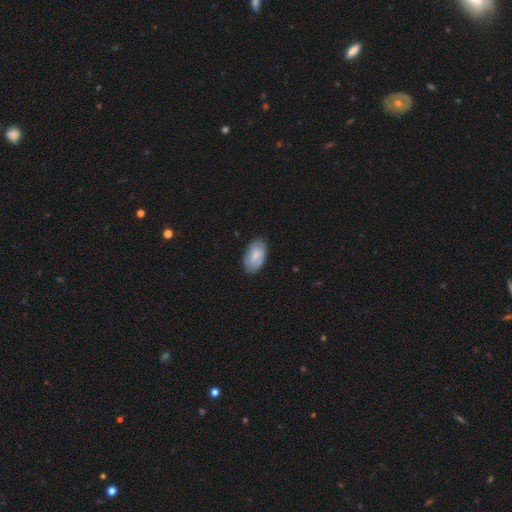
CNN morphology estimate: Q: Smooth or featured?
A: smooth (76%); runner-up: featured or disk (18%)
Q: How rounded?
A: in between (95%); runner-up: round (4%)
Q: Merging?
A: none (81%); runner-up: minor disturbance (15%)